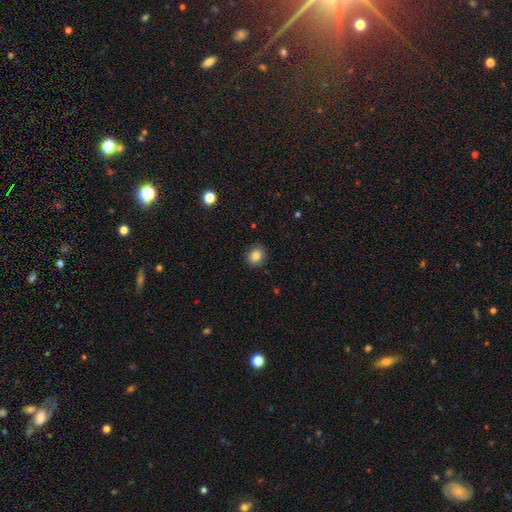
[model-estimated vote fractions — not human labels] This appears to be a smooth galaxy with no disk features (84%) that is round (65%). Merging: none (89%).